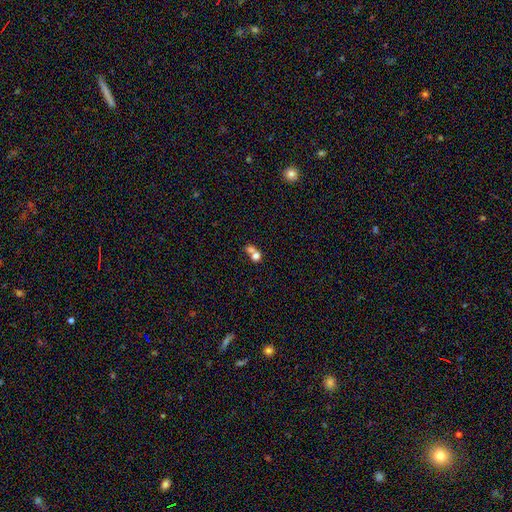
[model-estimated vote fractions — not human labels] Overall: smooth (72%). How rounded: round (70%). Merging: merger (66%).